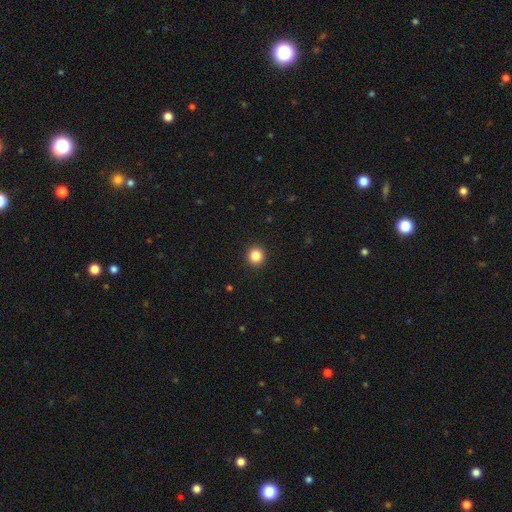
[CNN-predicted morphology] Overall: smooth (86%). How rounded: round (94%). Merging: none (93%).